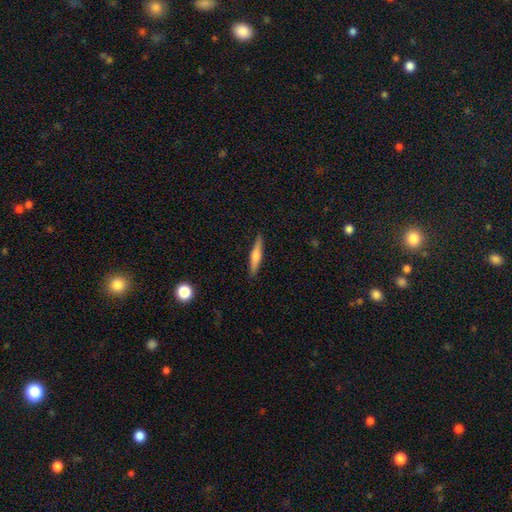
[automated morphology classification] smooth_or_featured: smooth (p=0.49) [alt: featured or disk p=0.45]
merging: none (p=0.89) [alt: minor disturbance p=0.08]